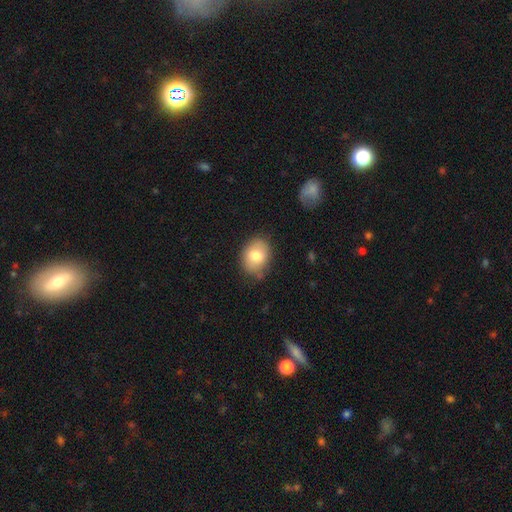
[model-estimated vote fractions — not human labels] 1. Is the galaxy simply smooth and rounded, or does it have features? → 76% smooth, 16% featured or disk, 8% star or artifact.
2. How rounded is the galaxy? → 61% in between, 38% round, 1% cigar-shaped.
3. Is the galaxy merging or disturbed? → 79% none, 16% minor disturbance, 3% major disturbance, 2% merger.